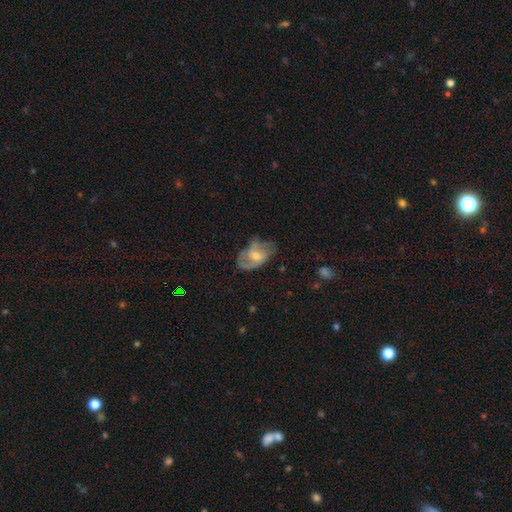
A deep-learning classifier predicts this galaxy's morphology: smooth-or-featured: featured or disk: 69% | smooth: 24% | star or artifact: 8%
  disk-edge-on: no: 95% | yes: 5%
    bar: no: 54% | weak: 38% | strong: 8%
    has-spiral-arms: yes: 82% | no: 18%
      spiral-winding: medium: 47% | tight: 28% | loose: 25%
      spiral-arm-count: 2: 53% | can't tell: 25% | 3: 12% | 1: 5% | 4: 3% | more than 4: 2%
    bulge-size: moderate: 48% | small: 47% | none: 3% | large: 2% | dominant: 1%
  merging: none: 58% | minor disturbance: 26% | major disturbance: 13% | merger: 2%